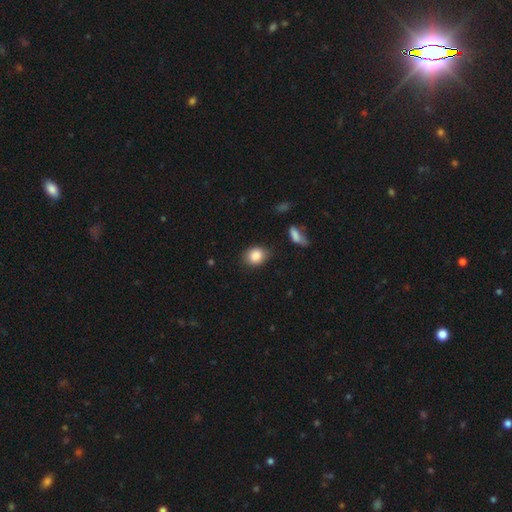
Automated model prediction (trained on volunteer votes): Overall: smooth (86%). How rounded: in between (51%; round 48%). Merging: none (76%).